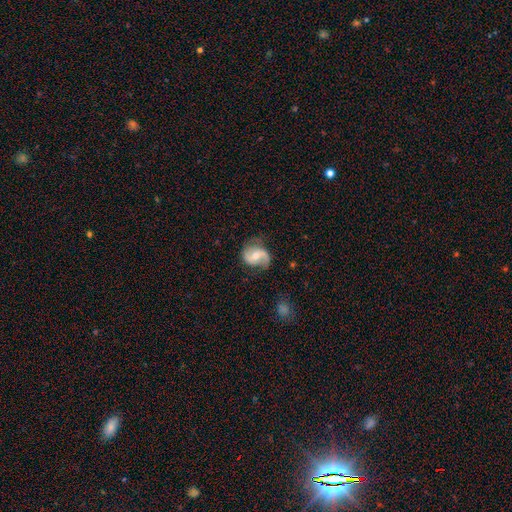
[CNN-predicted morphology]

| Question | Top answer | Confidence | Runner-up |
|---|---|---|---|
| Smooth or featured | featured or disk | 78% | smooth (17%) |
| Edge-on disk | no | 98% | yes (2%) |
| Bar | no | 46% | weak (41%) |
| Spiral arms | yes | 94% | no (6%) |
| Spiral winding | medium | 43% | loose (42%) |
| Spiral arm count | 2 | 82% | 1 (11%) |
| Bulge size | moderate | 59% | small (35%) |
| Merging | none | 67% | minor disturbance (22%) |